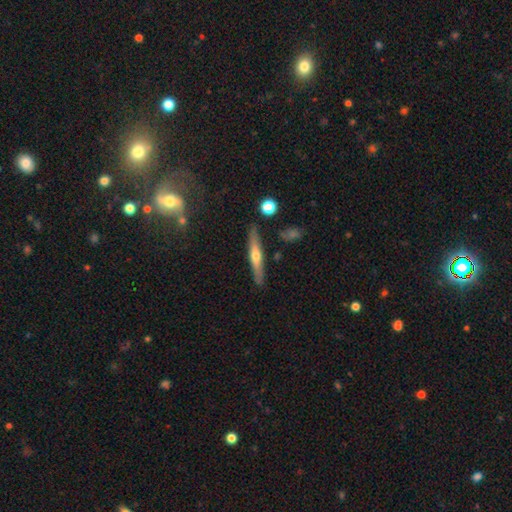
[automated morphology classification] type=featured or disk (60%); edge-on=yes (95%); edge-on bulge=rounded (86%); merging=none (87%).